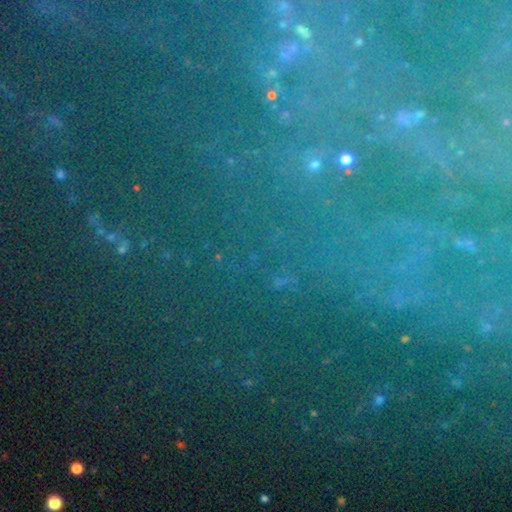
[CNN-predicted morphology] Smooth or featured: star or artifact — 62% (featured or disk — 23%)